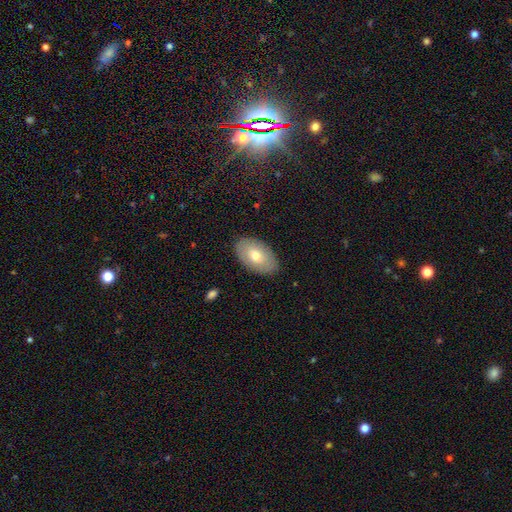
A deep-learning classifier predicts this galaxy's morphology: smooth-or-featured: smooth: 66% | featured or disk: 28% | star or artifact: 6%
  how-rounded: in between: 94% | round: 5% | cigar-shaped: 1%
  merging: none: 86% | minor disturbance: 11% | major disturbance: 2% | merger: 1%